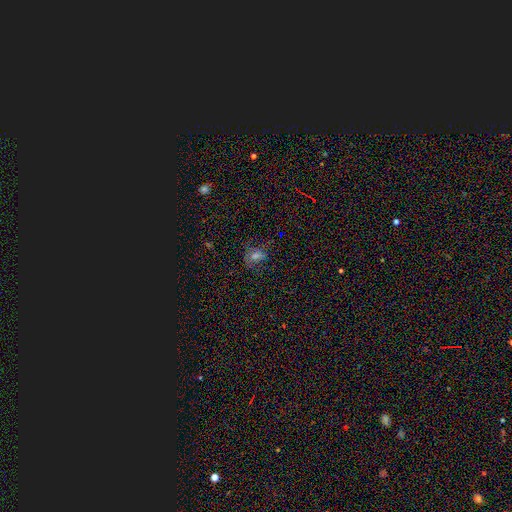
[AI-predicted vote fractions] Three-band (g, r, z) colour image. It shows a smooth galaxy with no disk features (39%). Merging: none (63%).